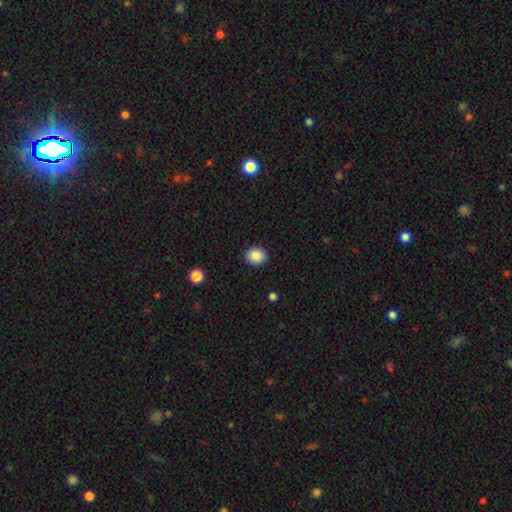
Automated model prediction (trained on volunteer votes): A smooth galaxy with no disk features (88%) that is round (80%).

Vote fractions:
- Smooth or featured? smooth: 88% / star or artifact: 9% / featured or disk: 4%
- How rounded? round: 80% / in between: 19% / cigar-shaped: 1%
- Merging? none: 91% / minor disturbance: 7% / major disturbance: 2% / merger: 1%